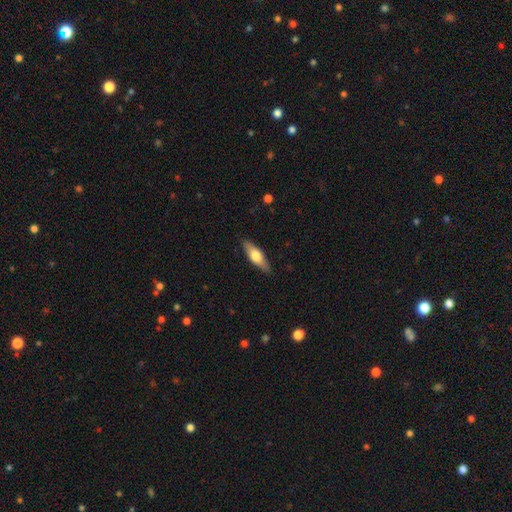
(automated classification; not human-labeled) The model was most divided on "how rounded": in between: 53%, cigar-shaped: 45%, round: 2%. More confident: merging — none (88%); smooth or featured — smooth (56%).